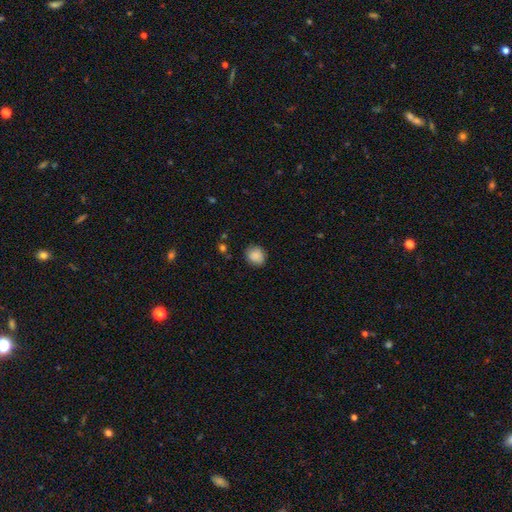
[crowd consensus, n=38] This is clearly a smooth galaxy (97%). How rounded: possibly in between (51%). Merging: clearly none (84%).